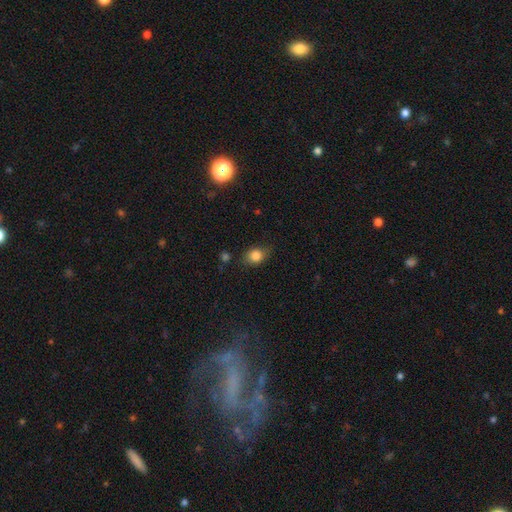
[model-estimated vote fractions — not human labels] Smooth or featured? Predicted: smooth (p=0.81). How rounded? Predicted: in between (p=0.50). Merging? Predicted: none (p=0.71).